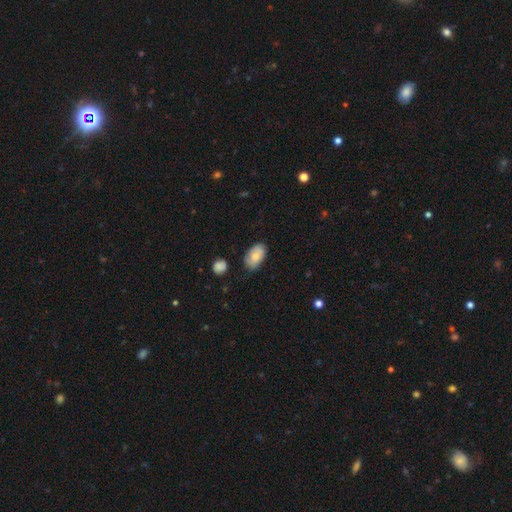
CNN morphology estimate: This appears to be a smooth galaxy with no disk features (74%) that is in between round and cigar-shaped (92%). Merging: none (67%).